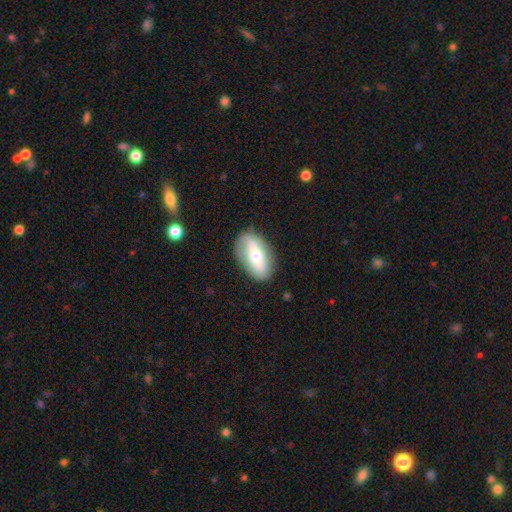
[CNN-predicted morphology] Smooth or featured? Predicted: smooth (p=0.49). Merging? Predicted: none (p=0.80).